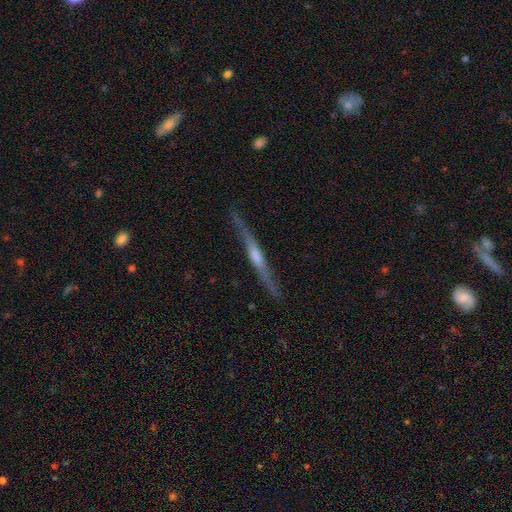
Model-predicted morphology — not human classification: Q: Smooth or featured?
A: featured or disk (73%); runner-up: smooth (22%)
Q: Edge-on disk?
A: yes (97%); runner-up: no (3%)
Q: Edge-on bulge?
A: rounded (57%); runner-up: none (27%)
Q: Merging?
A: none (84%); runner-up: minor disturbance (12%)